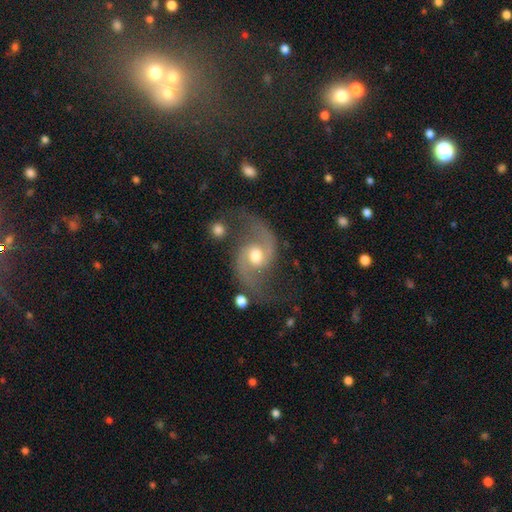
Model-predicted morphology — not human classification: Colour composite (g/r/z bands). It shows a featured or disk galaxy (91%) with no bar (58%), 2 (95%) loose (55%) spiral arms (97%) and a moderate central bulge (73%). Merging: none (68%).